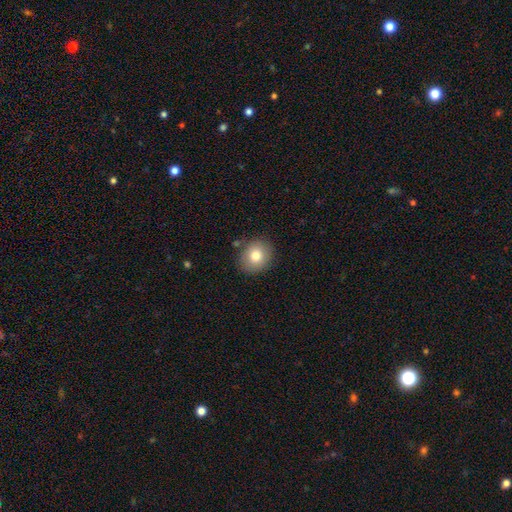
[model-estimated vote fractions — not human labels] smooth-or-featured: smooth: 78% | featured or disk: 12% | star or artifact: 10%
  how-rounded: round: 75% | in between: 24% | cigar-shaped: 1%
  merging: none: 85% | minor disturbance: 10% | major disturbance: 3% | merger: 3%